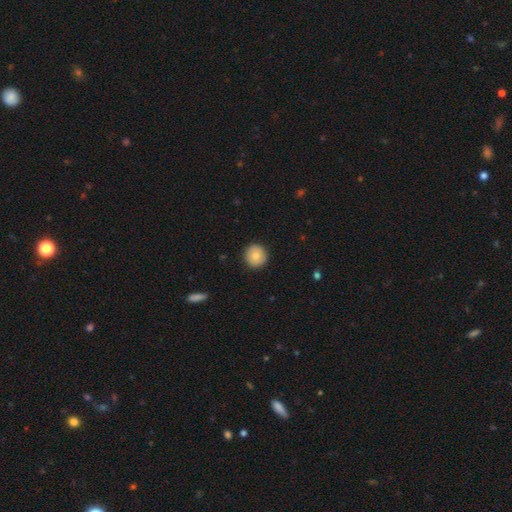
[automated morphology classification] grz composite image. It shows a smooth galaxy with no disk features (78%) that is round (95%). Merging: none (92%).